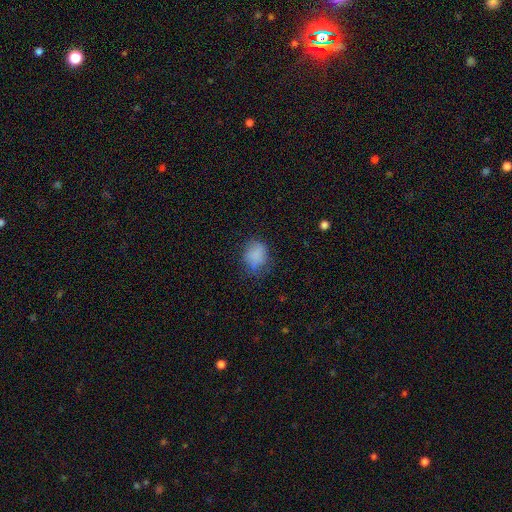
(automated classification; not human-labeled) Smooth or featured? Predicted: smooth (p=0.79). How rounded? Predicted: in between (p=0.50). Merging? Predicted: none (p=0.59).